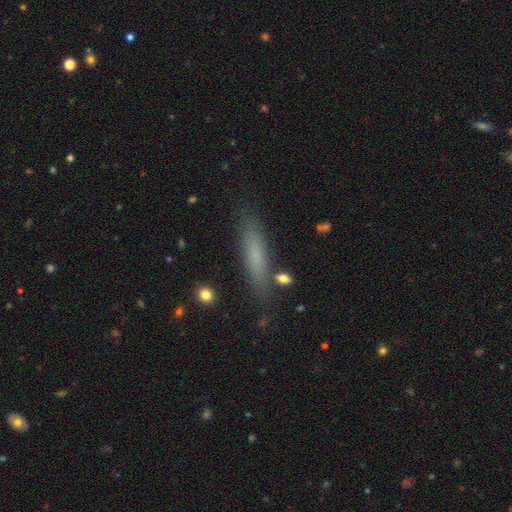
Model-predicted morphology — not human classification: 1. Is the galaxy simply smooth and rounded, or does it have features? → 68% smooth, 23% featured or disk, 10% star or artifact.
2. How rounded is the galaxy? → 85% cigar-shaped, 13% in between, 2% round.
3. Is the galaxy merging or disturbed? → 83% none, 12% minor disturbance, 3% major disturbance, 3% merger.